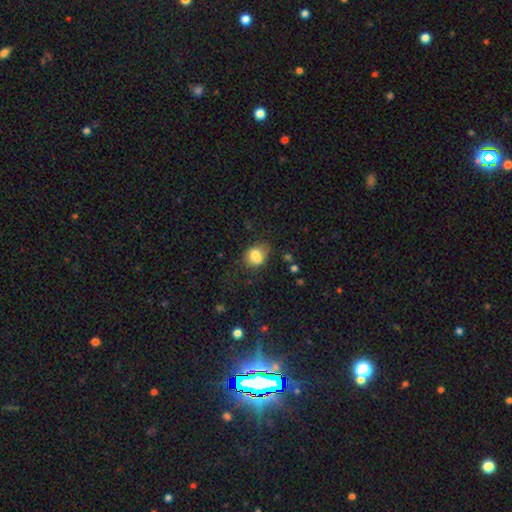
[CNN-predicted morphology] smooth_or_featured: smooth (p=0.75) [alt: featured or disk p=0.15]
how_rounded: in between (p=0.51) [alt: round p=0.48]
merging: none (p=0.48) [alt: minor disturbance p=0.23]